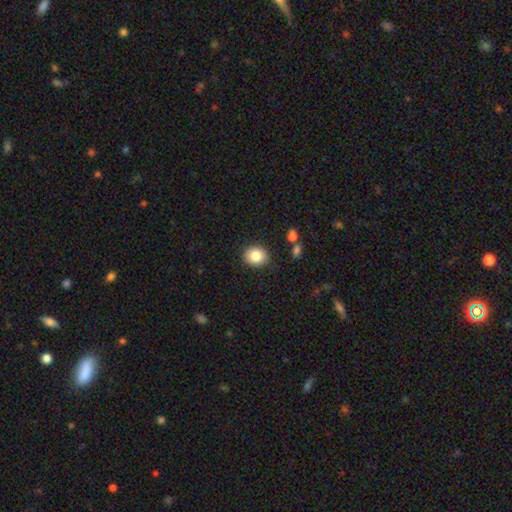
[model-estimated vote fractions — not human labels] Morphology: type=smooth (84%); roundness=round (67%); merging=none (88%).